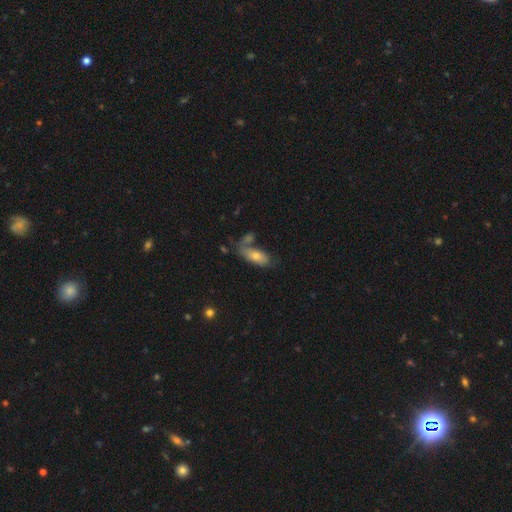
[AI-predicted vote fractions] smooth 69%, featured or disk 21%, star or artifact 9%. Down the decision tree: how rounded — in between (78%); merging — none (50%).